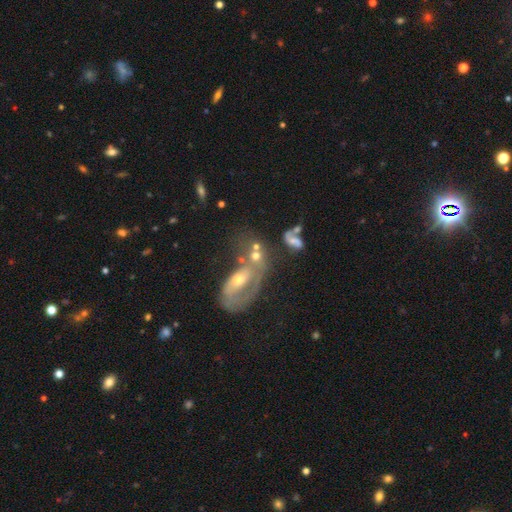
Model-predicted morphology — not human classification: This is marginally a featured or disk galaxy (45%). Merging: possibly merger (49%).